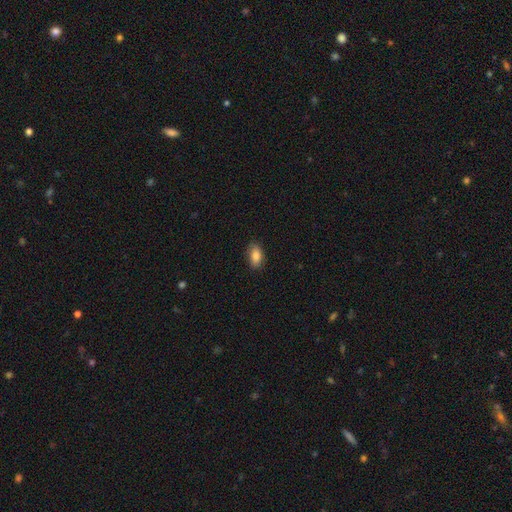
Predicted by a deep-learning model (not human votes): smooth_or_featured: smooth (p=0.86) [alt: star or artifact p=0.08]
how_rounded: in between (p=0.90) [alt: round p=0.06]
merging: none (p=0.84) [alt: minor disturbance p=0.13]